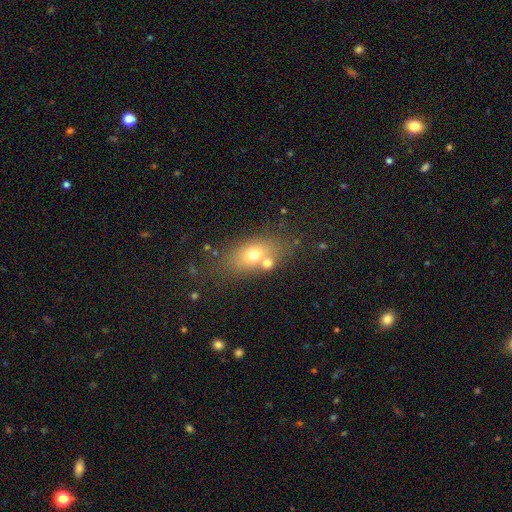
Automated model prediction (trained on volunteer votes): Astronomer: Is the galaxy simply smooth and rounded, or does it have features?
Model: smooth — 64%.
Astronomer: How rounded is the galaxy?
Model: in between — 73%.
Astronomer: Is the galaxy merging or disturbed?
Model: none — 63%.